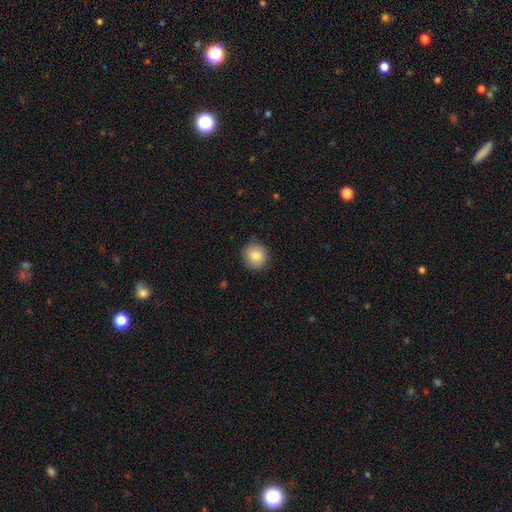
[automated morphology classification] smooth 86%, star or artifact 8%, featured or disk 6%. Down the decision tree: how rounded — round (87%); merging — none (87%).